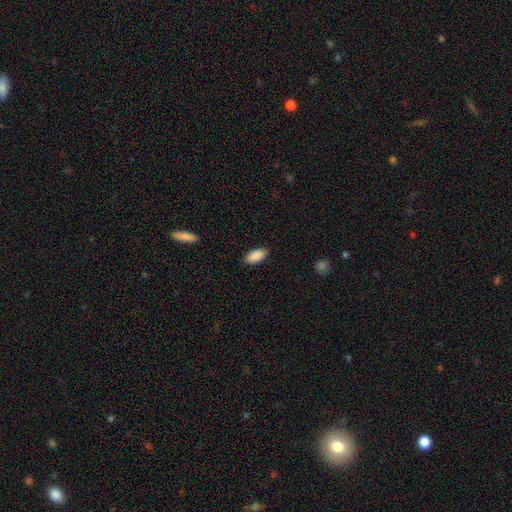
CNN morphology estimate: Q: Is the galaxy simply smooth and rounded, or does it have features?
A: smooth — 90%.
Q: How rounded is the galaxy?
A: in between — 92%.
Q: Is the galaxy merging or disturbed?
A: none — 88%.